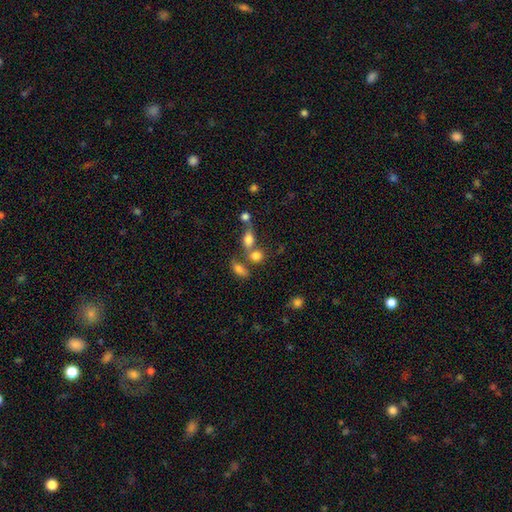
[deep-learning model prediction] smooth_or_featured: smooth (p=0.76) [alt: star or artifact p=0.13]
how_rounded: in between (p=0.48) [alt: round p=0.47]
merging: none (p=0.44) [alt: merger p=0.38]